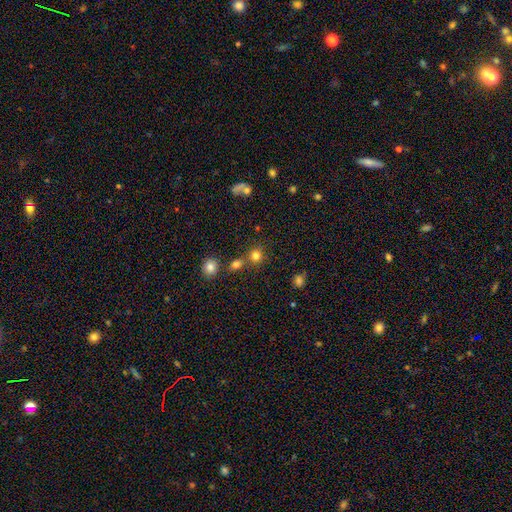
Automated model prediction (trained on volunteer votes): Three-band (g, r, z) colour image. It shows a smooth galaxy with no disk features (78%) that is round (86%). Merging: none (68%).